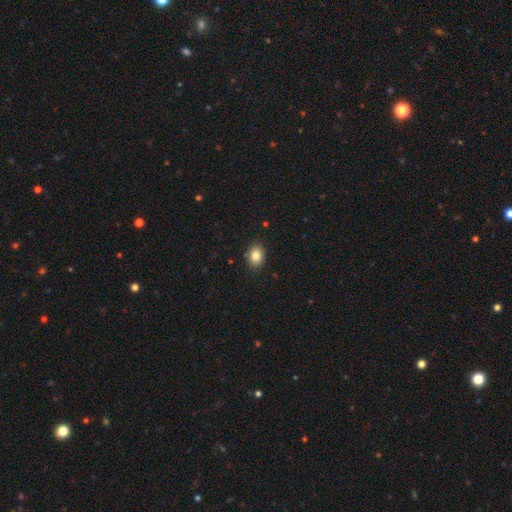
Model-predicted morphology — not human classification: type=smooth (84%); roundness=in between (70%); merging=none (88%).